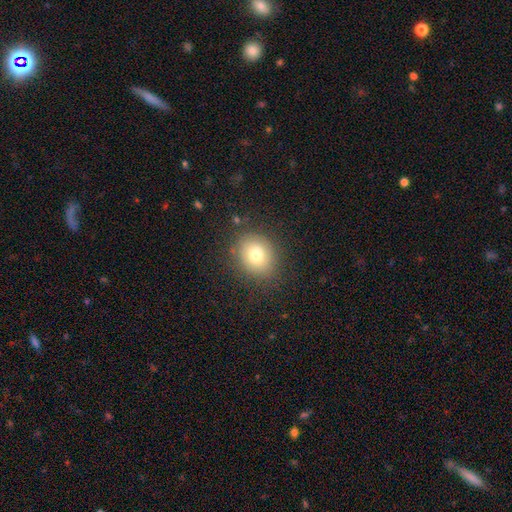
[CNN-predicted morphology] smooth-or-featured: smooth: 76% | featured or disk: 12% | star or artifact: 11%
  how-rounded: round: 65% | in between: 34% | cigar-shaped: 1%
  merging: none: 83% | minor disturbance: 11% | major disturbance: 4% | merger: 1%